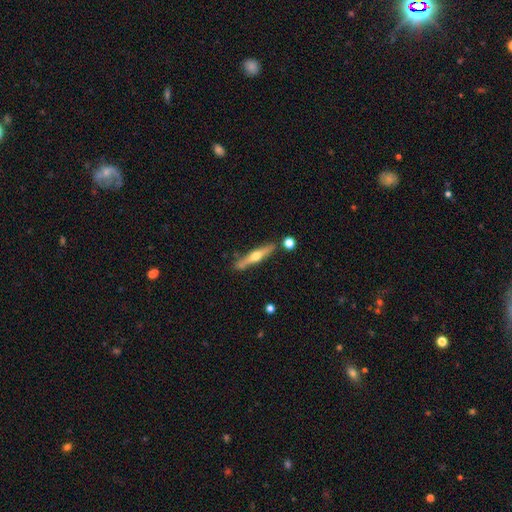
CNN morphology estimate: featured or disk 63%, smooth 31%, star or artifact 6%. Down the decision tree: edge-on disk — yes (95%); edge-on bulge — rounded (92%); merging — none (79%).